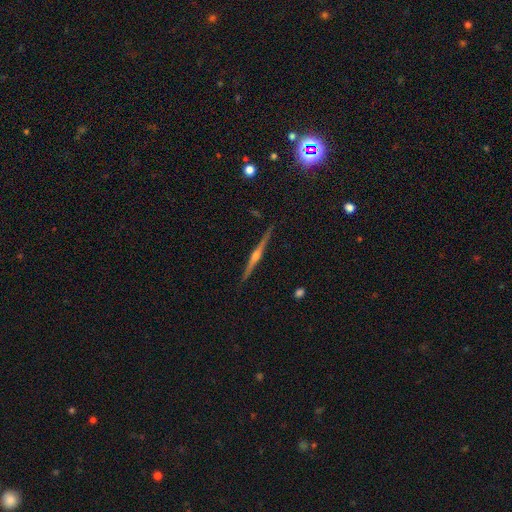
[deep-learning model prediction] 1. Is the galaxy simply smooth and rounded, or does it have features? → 85% featured or disk, 10% smooth, 6% star or artifact.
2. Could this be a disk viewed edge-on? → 99% yes, 1% no.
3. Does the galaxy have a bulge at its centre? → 92% rounded, 4% none, 4% boxy.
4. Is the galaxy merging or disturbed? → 91% none, 7% minor disturbance, 1% major disturbance, 1% merger.